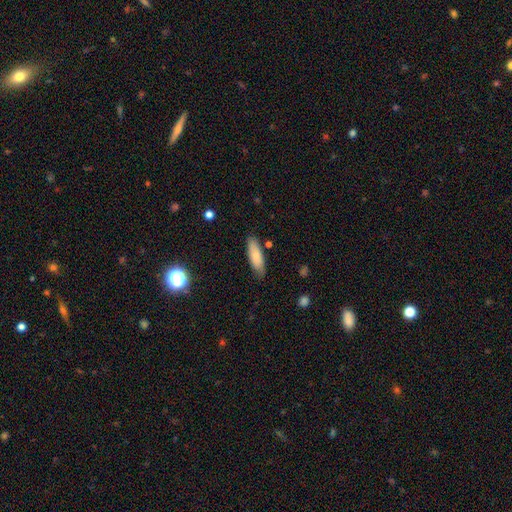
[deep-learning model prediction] Smooth or featured: smooth — 81% (featured or disk — 13%)
How rounded: in between — 51% (cigar-shaped — 47%)
Merging: none — 83% (minor disturbance — 13%)